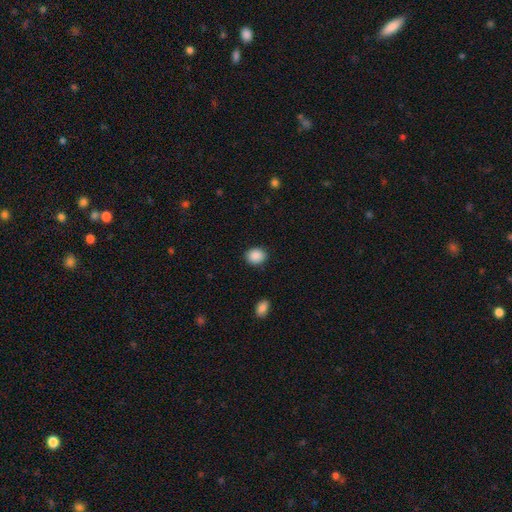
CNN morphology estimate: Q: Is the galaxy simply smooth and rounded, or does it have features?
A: smooth — 90%.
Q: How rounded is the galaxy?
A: round — 65%.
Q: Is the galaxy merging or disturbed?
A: none — 88%.